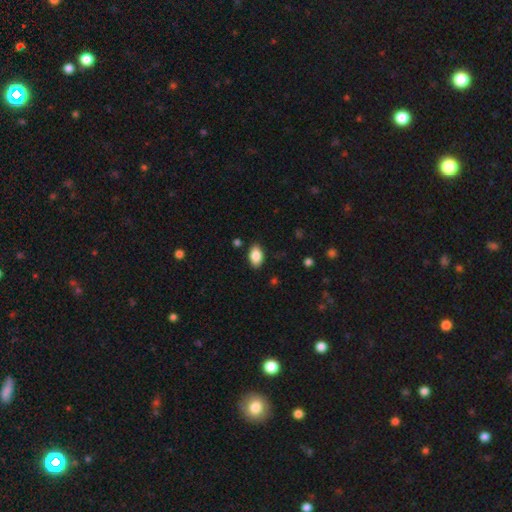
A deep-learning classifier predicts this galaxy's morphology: Q: Smooth or featured?
A: smooth (86%); runner-up: star or artifact (7%)
Q: How rounded?
A: in between (92%); runner-up: round (6%)
Q: Merging?
A: none (87%); runner-up: minor disturbance (10%)